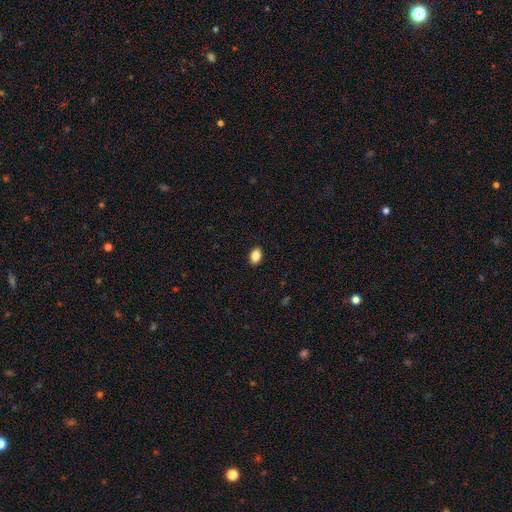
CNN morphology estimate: This is clearly a smooth galaxy (86%). How rounded: clearly in between (84%). Merging: clearly none (90%).